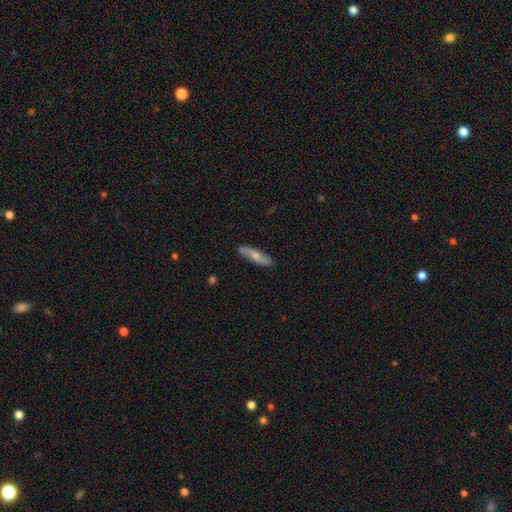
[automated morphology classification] Smooth or featured?
  - smooth: 56% *
  - featured or disk: 38%
  - star or artifact: 5%
How rounded?
  - cigar-shaped: 70% *
  - in between: 28%
  - round: 2%
Merging?
  - none: 85% *
  - minor disturbance: 11%
  - major disturbance: 2%
  - merger: 1%